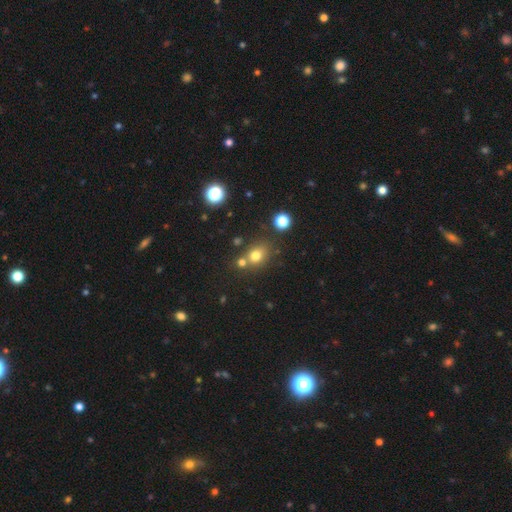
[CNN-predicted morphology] A smooth galaxy with no disk features (74%) that is round (67%).

Vote fractions:
- Smooth or featured? smooth: 74% / star or artifact: 17% / featured or disk: 9%
- How rounded? round: 67% / in between: 32% / cigar-shaped: 1%
- Merging? none: 61% / merger: 23% / minor disturbance: 11% / major disturbance: 4%